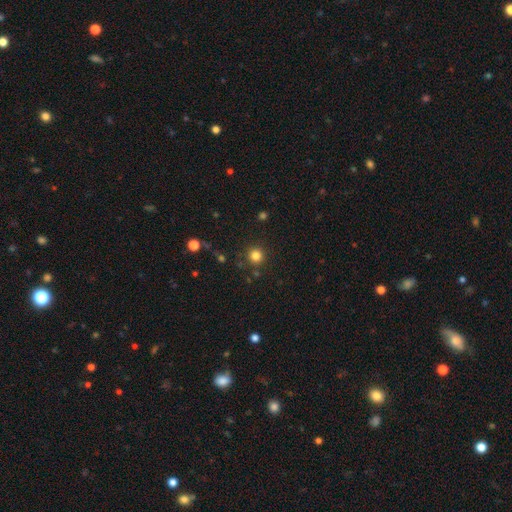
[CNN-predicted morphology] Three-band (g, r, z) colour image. It shows a smooth galaxy with no disk features (81%) that is round (95%). Merging: none (88%).